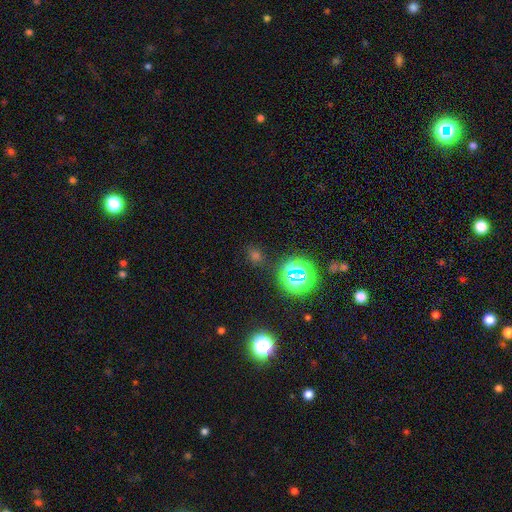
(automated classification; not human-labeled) Smooth or featured? Predicted: star or artifact (p=0.49).